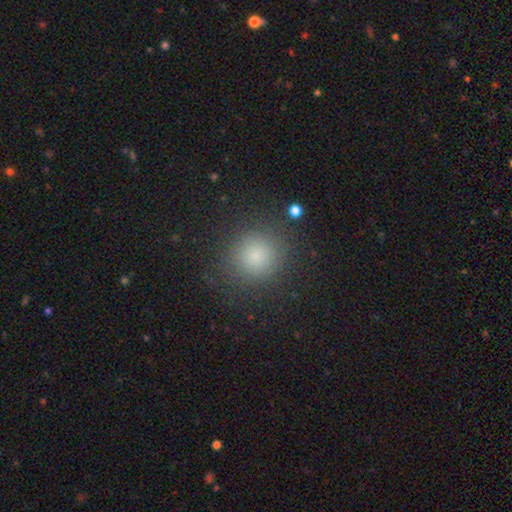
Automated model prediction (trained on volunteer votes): Smooth or featured? smooth (79%)
How rounded? round (90%)
Merging? none (86%)